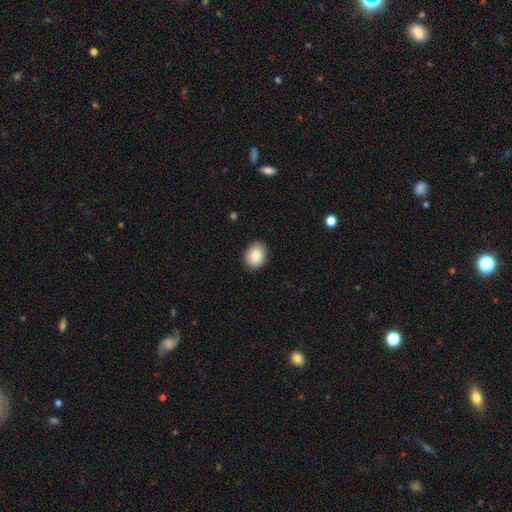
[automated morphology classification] The model was most divided on "how rounded": in between: 55%, round: 44%, cigar-shaped: 1%. More confident: merging — none (89%); smooth or featured — smooth (85%).